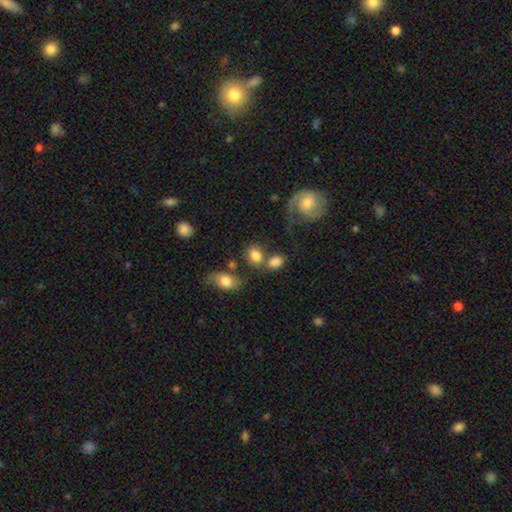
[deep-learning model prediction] smooth 79%, featured or disk 11%, star or artifact 9%. Down the decision tree: how rounded — in between (71%); merging — none (51%).